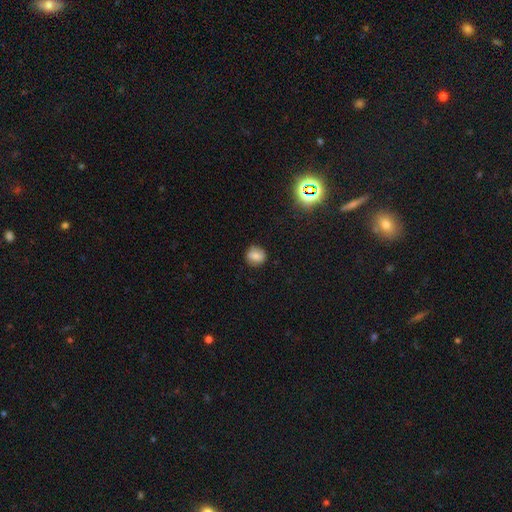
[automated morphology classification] A smooth galaxy with no disk features (77%) that is round (85%).

Vote fractions:
- Smooth or featured? smooth: 77% / star or artifact: 12% / featured or disk: 11%
- How rounded? round: 85% / in between: 14% / cigar-shaped: 1%
- Merging? none: 87% / minor disturbance: 10% / major disturbance: 2% / merger: 1%